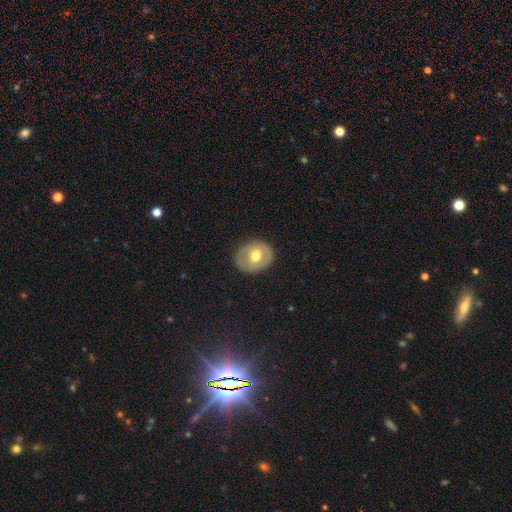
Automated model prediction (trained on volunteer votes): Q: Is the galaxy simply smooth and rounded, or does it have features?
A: smooth — 50%.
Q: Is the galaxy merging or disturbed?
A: none — 82%.